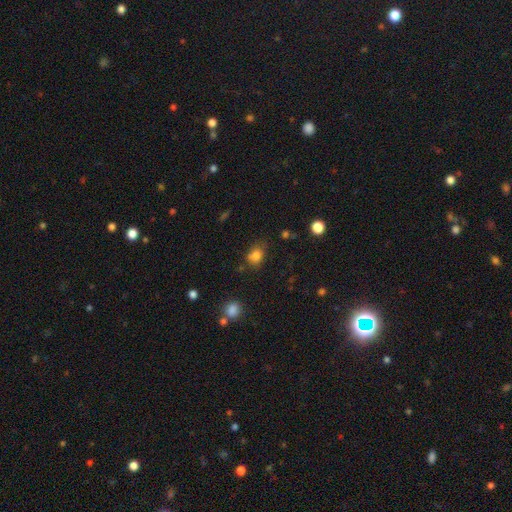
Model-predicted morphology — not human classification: smooth_or_featured: smooth (p=0.81) [alt: star or artifact p=0.12]
how_rounded: in between (p=0.52) [alt: round p=0.47]
merging: none (p=0.65) [alt: minor disturbance p=0.24]